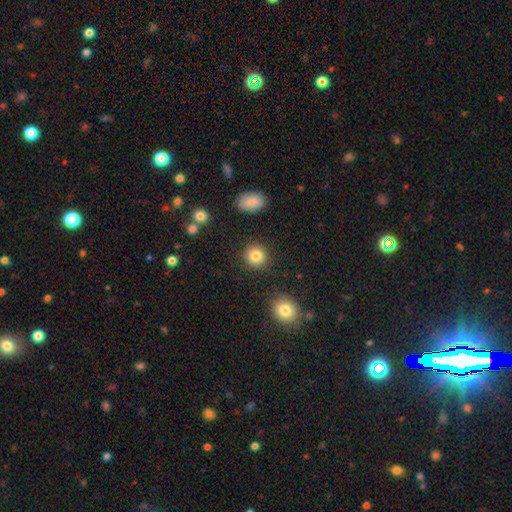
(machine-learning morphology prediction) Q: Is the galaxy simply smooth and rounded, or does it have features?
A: smooth — 85%.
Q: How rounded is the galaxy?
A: round — 90%.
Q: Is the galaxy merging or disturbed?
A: none — 90%.